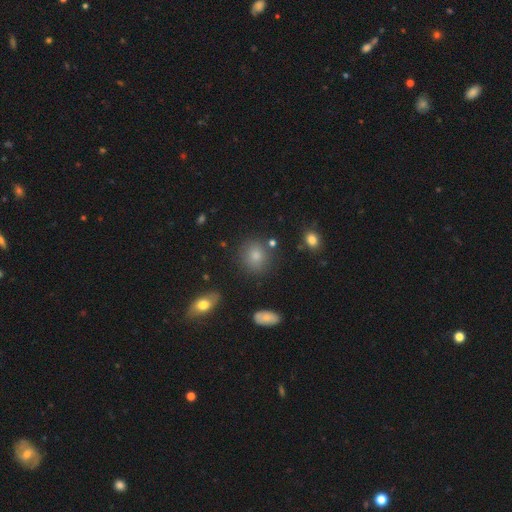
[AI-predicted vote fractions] smooth_or_featured: smooth (p=0.80) [alt: star or artifact p=0.12]
how_rounded: round (p=0.80) [alt: in between p=0.19]
merging: none (p=0.80) [alt: minor disturbance p=0.11]